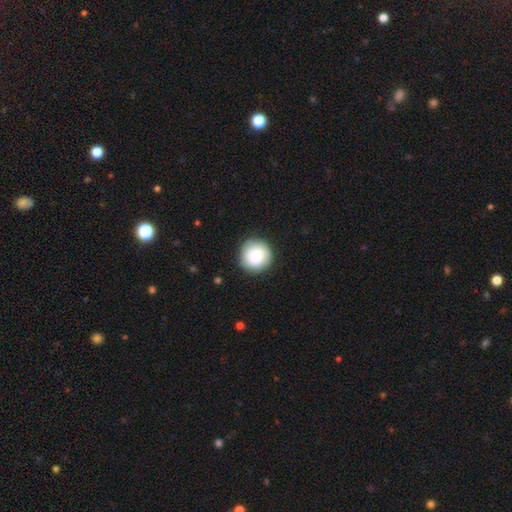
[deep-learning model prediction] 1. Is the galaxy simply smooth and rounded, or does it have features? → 84% smooth, 9% featured or disk, 7% star or artifact.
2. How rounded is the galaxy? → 95% round, 4% in between, 1% cigar-shaped.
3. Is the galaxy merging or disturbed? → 89% none, 8% minor disturbance, 2% major disturbance, 1% merger.